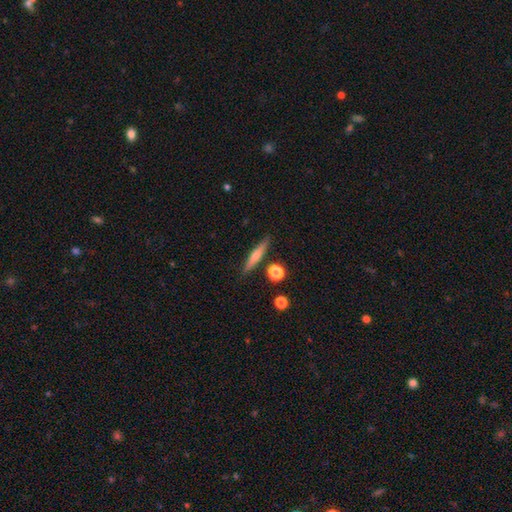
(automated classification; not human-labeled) Overall: smooth (57%; featured or disk 35%). How rounded: cigar-shaped (88%). Merging: none (85%).